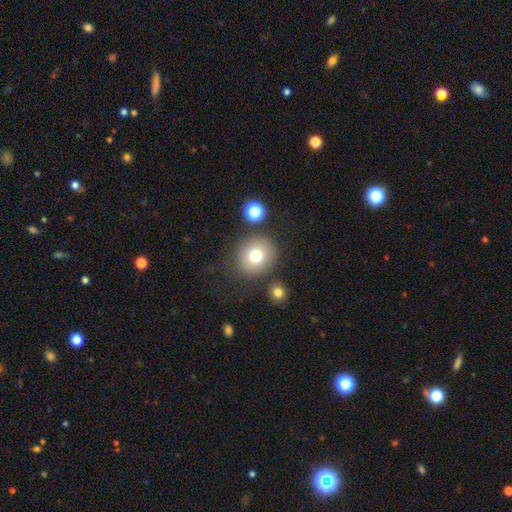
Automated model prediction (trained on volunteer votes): This appears to be a smooth galaxy with no disk features (76%) that is round (85%). Merging: none (79%).